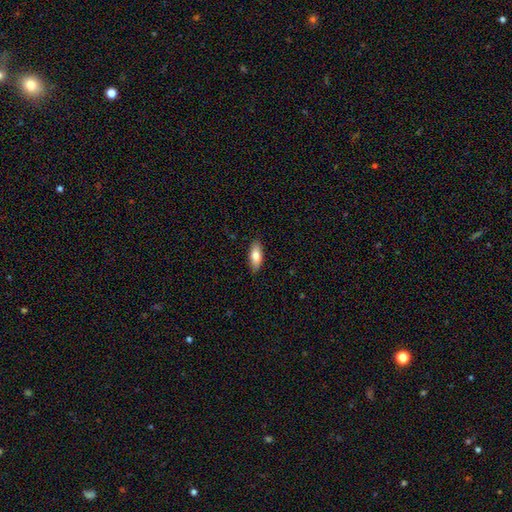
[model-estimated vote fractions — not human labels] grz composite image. It shows a smooth galaxy with no disk features (78%) that is in between round and cigar-shaped (78%). Merging: none (85%).